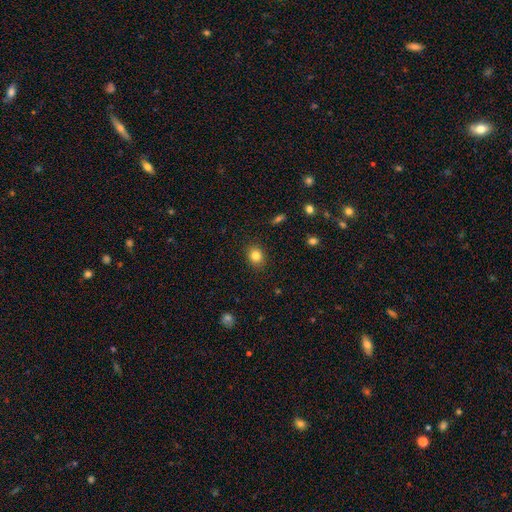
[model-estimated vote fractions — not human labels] smooth-or-featured: smooth: 83% | star or artifact: 11% | featured or disk: 7%
  how-rounded: round: 63% | in between: 36% | cigar-shaped: 1%
  merging: none: 89% | minor disturbance: 8% | major disturbance: 2% | merger: 1%